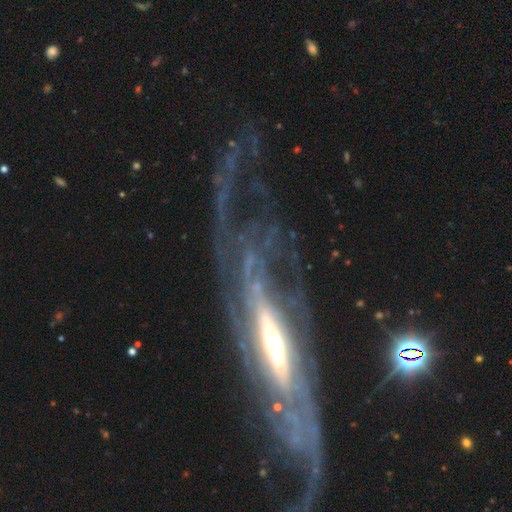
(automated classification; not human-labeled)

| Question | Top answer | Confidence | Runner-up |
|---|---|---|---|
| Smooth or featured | featured or disk | 85% | smooth (8%) |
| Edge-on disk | no | 75% | yes (25%) |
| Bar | no | 40% | strong (35%) |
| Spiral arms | yes | 80% | no (20%) |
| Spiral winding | tight | 44% | medium (34%) |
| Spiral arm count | can't tell | 45% | 2 (25%) |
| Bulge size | moderate | 49% | small (28%) |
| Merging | none | 48% | major disturbance (33%) |